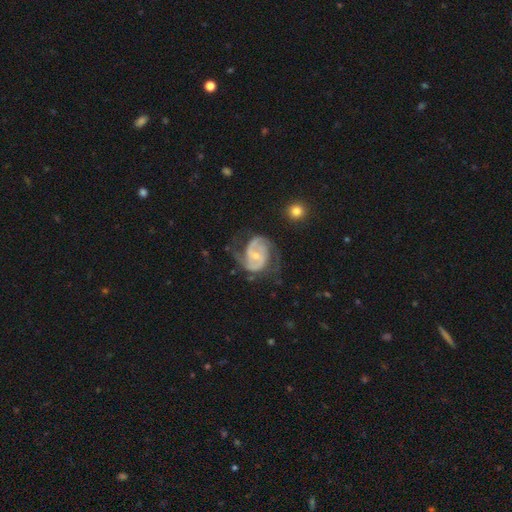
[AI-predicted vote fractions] The model was most divided on "bar": weak: 45%, no: 40%, strong: 14%. More confident: edge-on disk — no (98%); spiral arms — yes (96%); smooth or featured — featured or disk (88%); spiral arm count — 2 (82%); bulge size — small (59%); merging — none (57%); spiral winding — medium (50%).